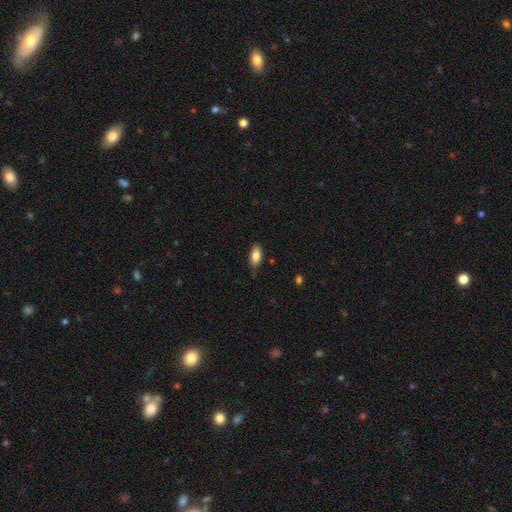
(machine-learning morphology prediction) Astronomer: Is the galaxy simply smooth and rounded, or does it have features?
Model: smooth — 82%.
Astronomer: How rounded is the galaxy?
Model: in between — 88%.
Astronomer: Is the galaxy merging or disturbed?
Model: none — 71%.